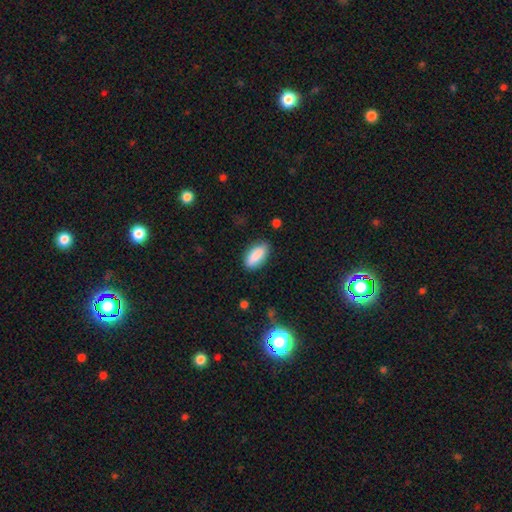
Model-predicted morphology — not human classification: Smooth or featured? Predicted: smooth (p=0.88). How rounded? Predicted: in between (p=0.85). Merging? Predicted: none (p=0.84).